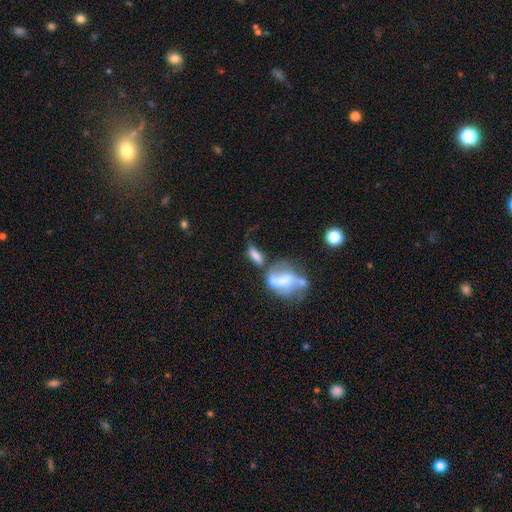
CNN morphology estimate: smooth 58%, featured or disk 30%, star or artifact 12%. Down the decision tree: how rounded — in between (63%); merging — none (34%, tied with merger).